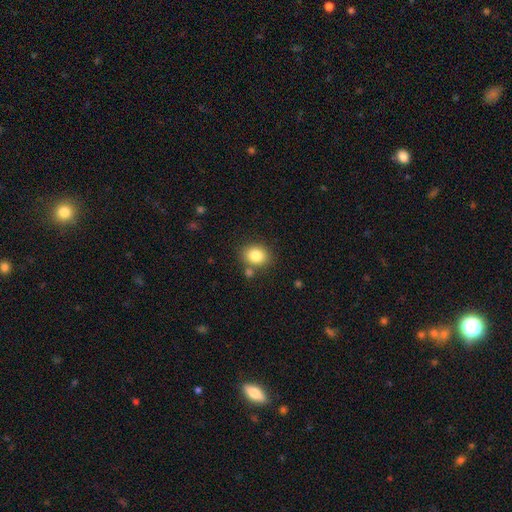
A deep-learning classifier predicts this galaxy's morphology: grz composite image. It shows a smooth galaxy with no disk features (83%) that is round (55%). Merging: none (77%).